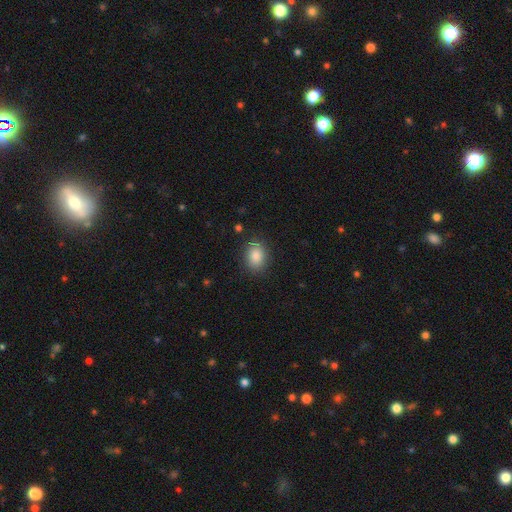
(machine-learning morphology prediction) Smooth or featured?
  - smooth: 84% *
  - star or artifact: 9%
  - featured or disk: 7%
How rounded?
  - in between: 61% *
  - round: 37%
  - cigar-shaped: 1%
Merging?
  - none: 81% *
  - minor disturbance: 14%
  - major disturbance: 3%
  - merger: 1%